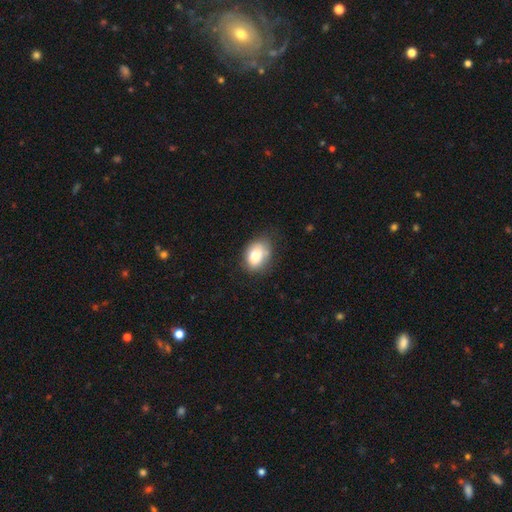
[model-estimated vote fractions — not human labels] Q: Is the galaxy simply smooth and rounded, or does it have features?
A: smooth — 80%.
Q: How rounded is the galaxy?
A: in between — 73%.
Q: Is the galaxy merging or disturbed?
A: none — 61%.